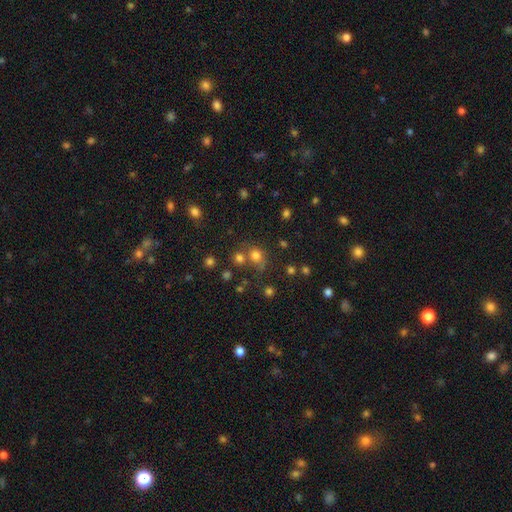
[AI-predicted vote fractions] Q: Smooth or featured?
A: smooth (73%); runner-up: star or artifact (19%)
Q: How rounded?
A: round (80%); runner-up: in between (19%)
Q: Merging?
A: none (58%); runner-up: merger (24%)